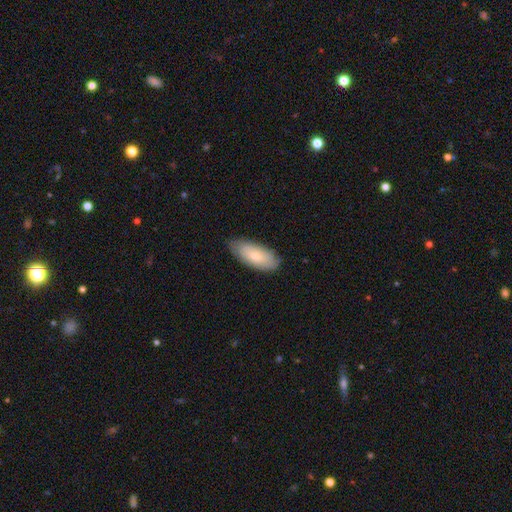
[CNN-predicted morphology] The model was most divided on "smooth or featured": smooth: 74%, featured or disk: 21%, star or artifact: 6%. More confident: how rounded — in between (87%); merging — none (77%).